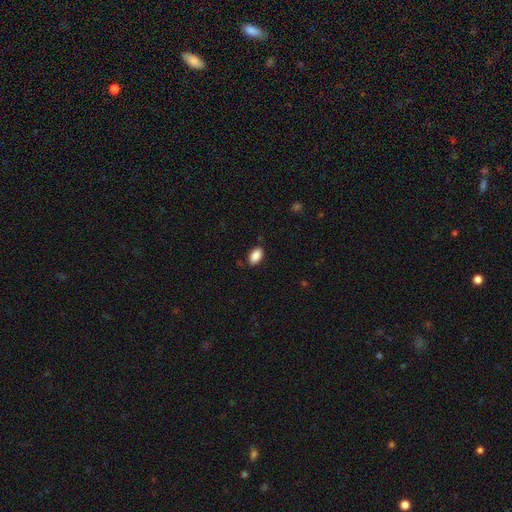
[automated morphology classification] type=smooth (89%); roundness=in between (93%); merging=none (86%).